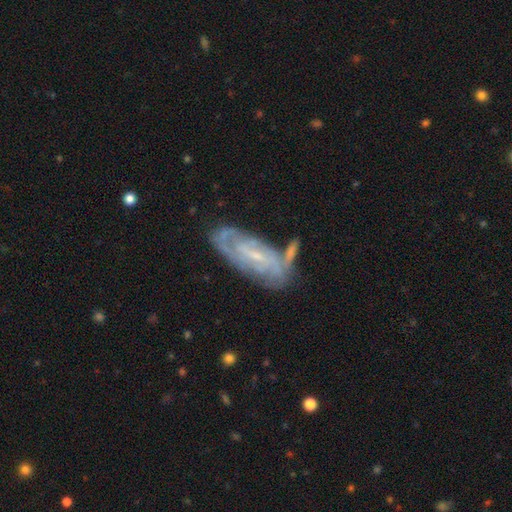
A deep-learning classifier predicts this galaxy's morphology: Smooth or featured?
  - featured or disk: 77% *
  - smooth: 16%
  - star or artifact: 7%
Edge-on disk?
  - no: 90% *
  - yes: 10%
Bar?
  - weak: 45% *
  - no: 40%
  - strong: 15%
Spiral arms?
  - yes: 87% *
  - no: 13%
Spiral winding?
  - tight: 57% *
  - medium: 32%
  - loose: 10%
Spiral arm count?
  - can't tell: 42% *
  - 2: 37%
  - 3: 10%
  - 4: 4%
  - 1: 4%
  - more than 4: 3%
Bulge size?
  - small: 74% *
  - moderate: 18%
  - none: 6%
  - large: 1%
  - dominant: 1%
Merging?
  - none: 57% *
  - minor disturbance: 21%
  - merger: 13%
  - major disturbance: 9%